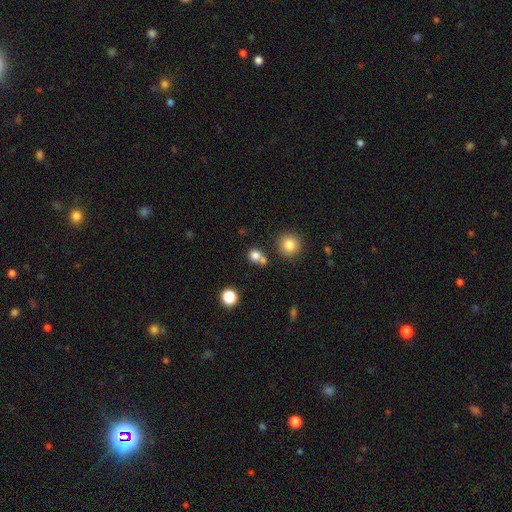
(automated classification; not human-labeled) smooth 80%, star or artifact 13%, featured or disk 7%. Down the decision tree: how rounded — round (79%); merging — none (56%).